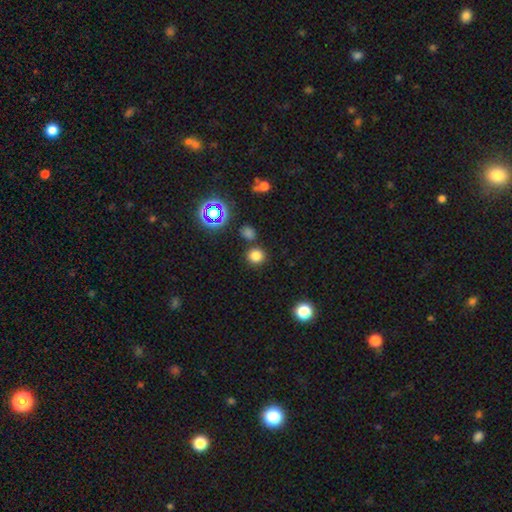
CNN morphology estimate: type=smooth (77%); roundness=round (90%); merging=none (81%).